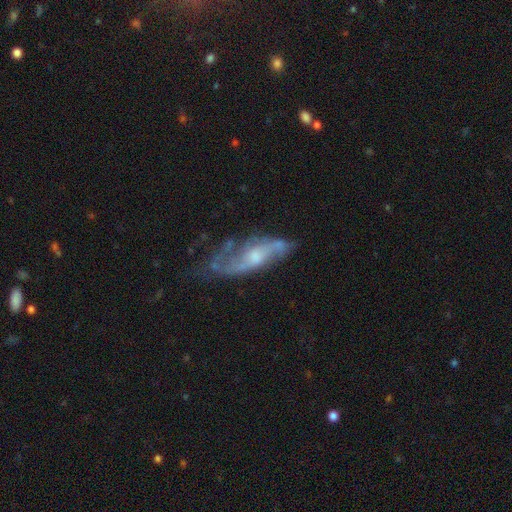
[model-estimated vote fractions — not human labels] smooth_or_featured: featured or disk (p=0.76) [alt: smooth p=0.17]
disk_edge_on: no (p=0.85) [alt: yes p=0.15]
bar: no (p=0.56) [alt: weak p=0.37]
has_spiral_arms: yes (p=0.86) [alt: no p=0.14]
spiral_winding: loose (p=0.44) [alt: medium p=0.40]
spiral_arm_count: 2 (p=0.66) [alt: can't tell p=0.20]
bulge_size: moderate (p=0.49) [alt: small p=0.36]
merging: none (p=0.52) [alt: minor disturbance p=0.26]